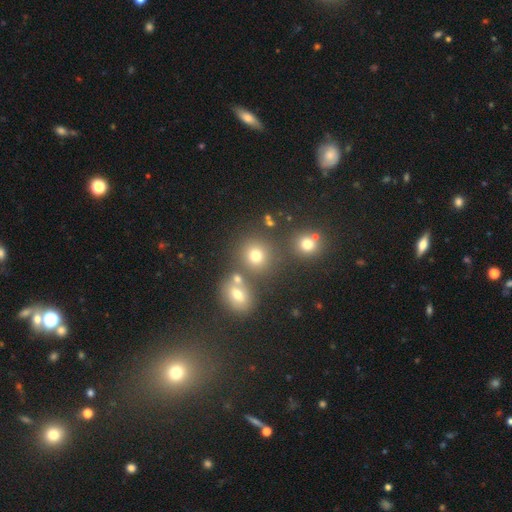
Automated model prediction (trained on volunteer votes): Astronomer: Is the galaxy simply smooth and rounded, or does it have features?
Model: smooth — 73%.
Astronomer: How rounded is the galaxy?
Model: round — 84%.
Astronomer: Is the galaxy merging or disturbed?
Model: none — 70%.